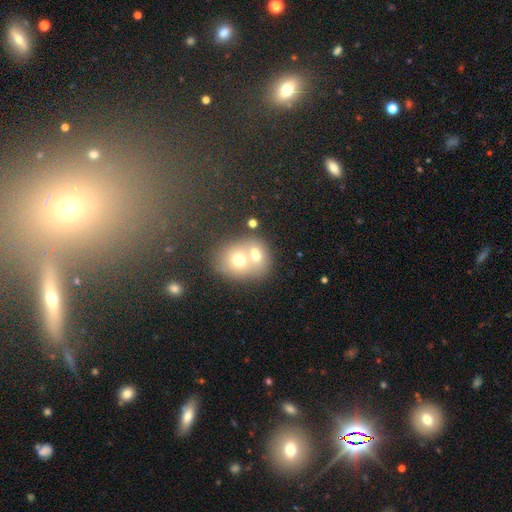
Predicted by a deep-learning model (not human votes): smooth-or-featured: smooth: 62% | featured or disk: 25% | star or artifact: 13%
  how-rounded: round: 65% | in between: 34% | cigar-shaped: 1%
  merging: merger: 61% | none: 28% | minor disturbance: 7% | major disturbance: 4%